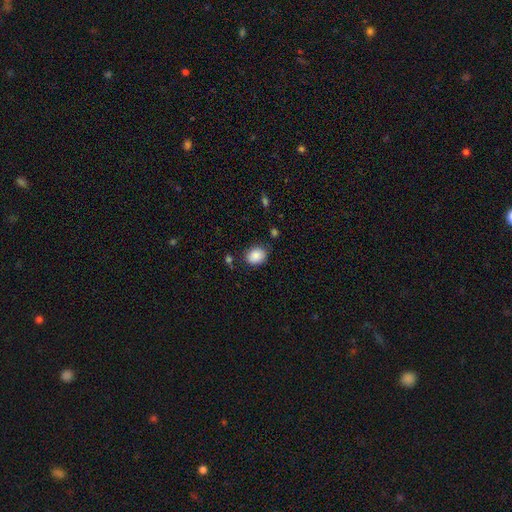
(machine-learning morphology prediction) smooth 88%, star or artifact 8%, featured or disk 5%. Down the decision tree: how rounded — in between (53%); merging — none (79%).